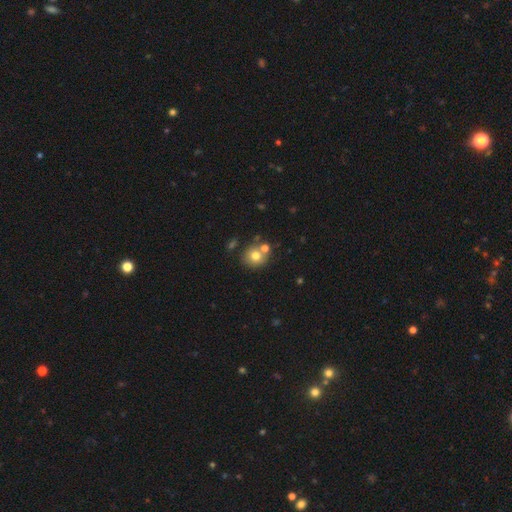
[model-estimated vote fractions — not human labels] Overall: smooth (73%). How rounded: round (85%). Merging: none (65%).